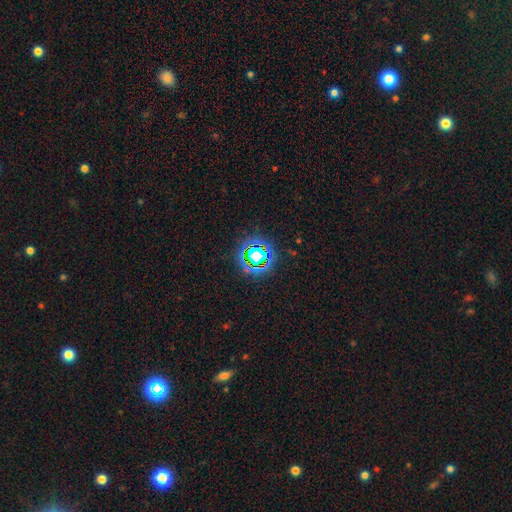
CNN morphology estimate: This is likely a star or artifact rather than a galaxy (67%).